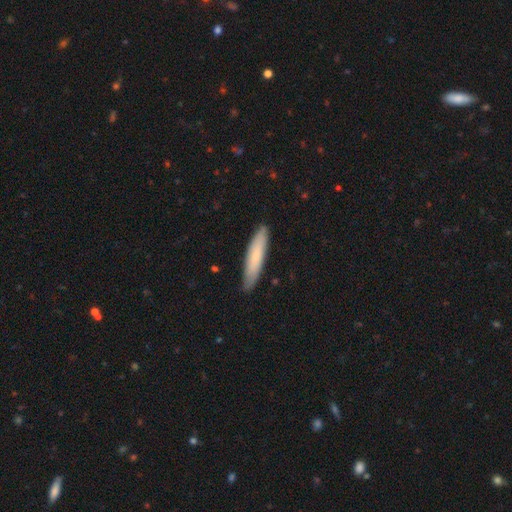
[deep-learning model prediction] This appears to be a smooth galaxy with no disk features (75%) that is cigar-shaped (87%). Merging: none (88%).